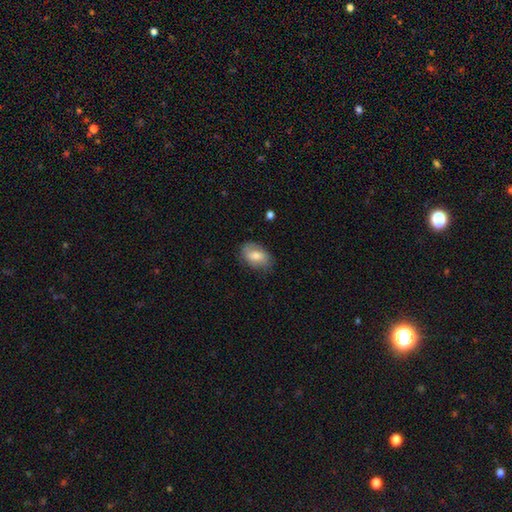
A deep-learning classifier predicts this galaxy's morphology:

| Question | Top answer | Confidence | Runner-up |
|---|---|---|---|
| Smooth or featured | smooth | 74% | featured or disk (19%) |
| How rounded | in between | 90% | round (9%) |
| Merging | none | 75% | minor disturbance (19%) |